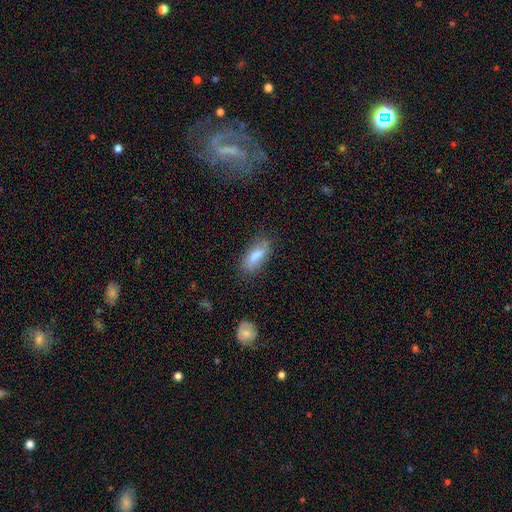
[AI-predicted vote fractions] Smooth or featured? Predicted: smooth (p=0.81). How rounded? Predicted: in between (p=0.80). Merging? Predicted: none (p=0.69).